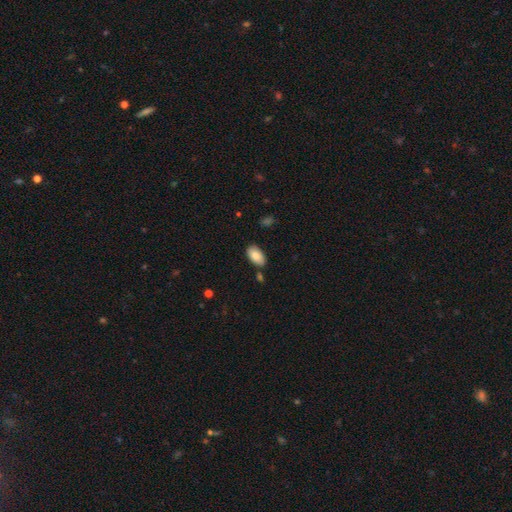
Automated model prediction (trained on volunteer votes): The model was most divided on "merging": none: 80%, minor disturbance: 13%, merger: 4%, major disturbance: 3%. More confident: how rounded — in between (95%); smooth or featured — smooth (85%).